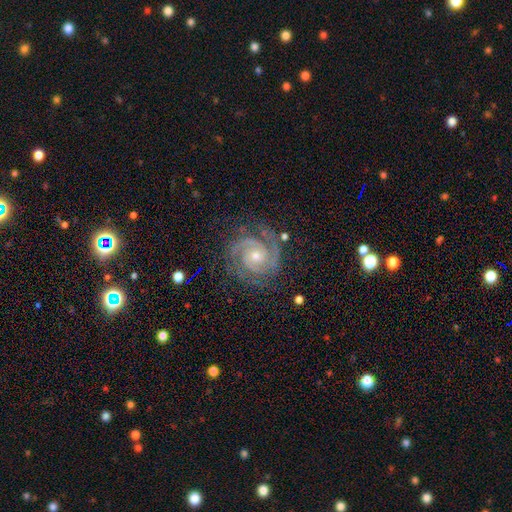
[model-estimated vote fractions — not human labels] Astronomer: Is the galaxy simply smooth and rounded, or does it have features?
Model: featured or disk — 92%.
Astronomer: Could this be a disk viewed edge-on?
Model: no — 98%.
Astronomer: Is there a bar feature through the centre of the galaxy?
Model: no — 67%.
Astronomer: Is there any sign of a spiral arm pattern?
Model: yes — 99%.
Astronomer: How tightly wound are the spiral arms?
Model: tight — 73%.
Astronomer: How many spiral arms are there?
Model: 2 — 79%.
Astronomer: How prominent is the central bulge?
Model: small — 56% (runner-up: moderate, 41%).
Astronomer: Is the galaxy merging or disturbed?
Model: none — 80%.